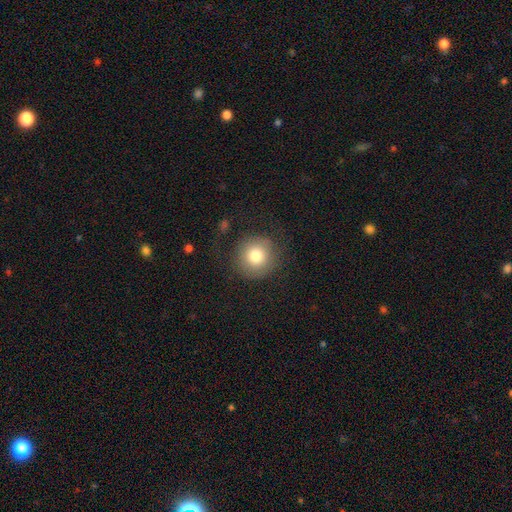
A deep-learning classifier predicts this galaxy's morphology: Smooth or featured? Predicted: smooth (p=0.78). How rounded? Predicted: round (p=0.93). Merging? Predicted: none (p=0.79).